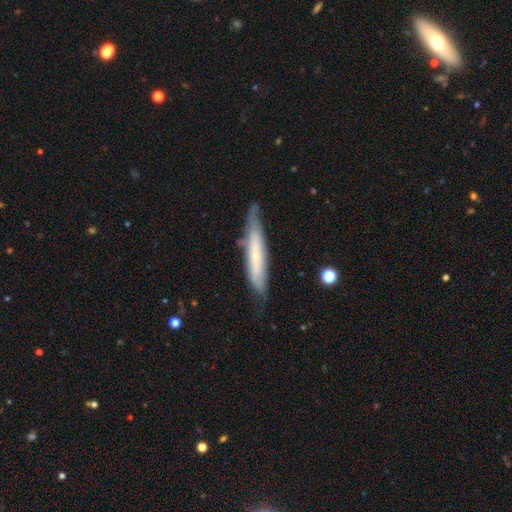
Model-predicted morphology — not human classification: The model was most divided on "smooth or featured": smooth: 49%, featured or disk: 44%, star or artifact: 6%. More confident: merging — none (66%).